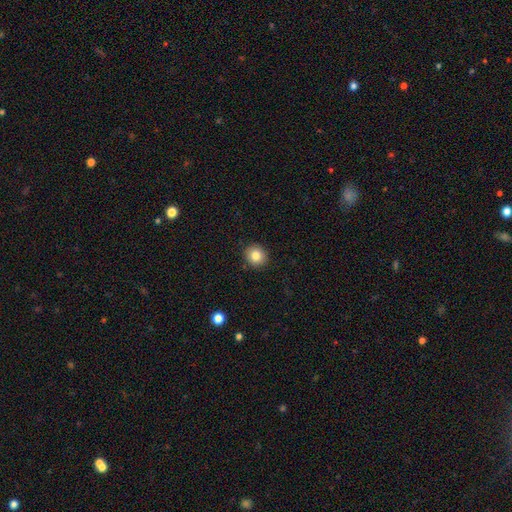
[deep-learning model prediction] Morphology: type=smooth (82%); roundness=round (90%); merging=none (92%).